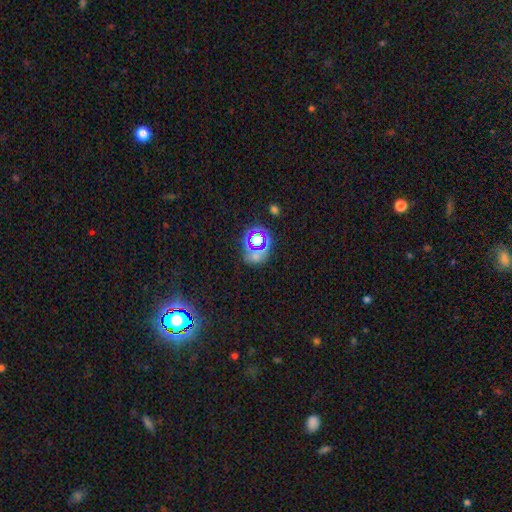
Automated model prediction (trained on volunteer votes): Overall: star or artifact (59%; smooth 28%).